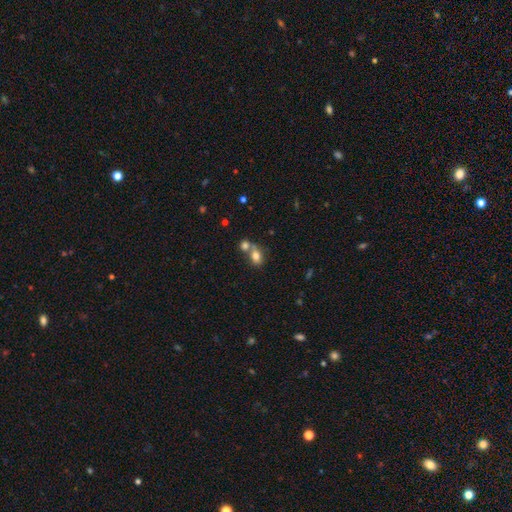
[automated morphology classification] Smooth or featured?
  - smooth: 77% *
  - featured or disk: 13%
  - star or artifact: 11%
How rounded?
  - in between: 67% *
  - round: 31%
  - cigar-shaped: 2%
Merging?
  - merger: 50% *
  - none: 36%
  - minor disturbance: 9%
  - major disturbance: 4%